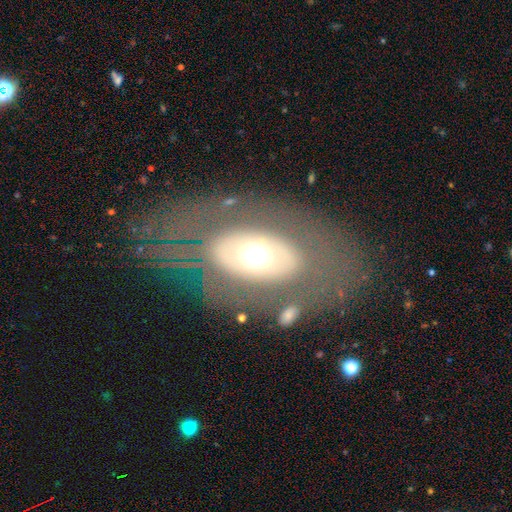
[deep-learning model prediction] Morphology: type=featured or disk (52%); edge-on=no (90%); merging=none (71%).